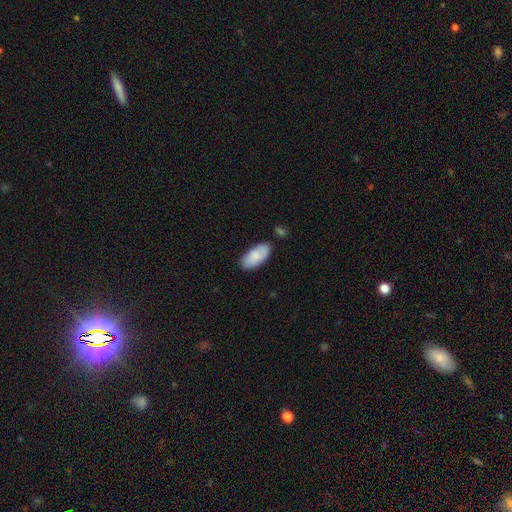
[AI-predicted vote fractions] A smooth galaxy with no disk features (85%) that is in between round and cigar-shaped (93%). Merging: none (78%).